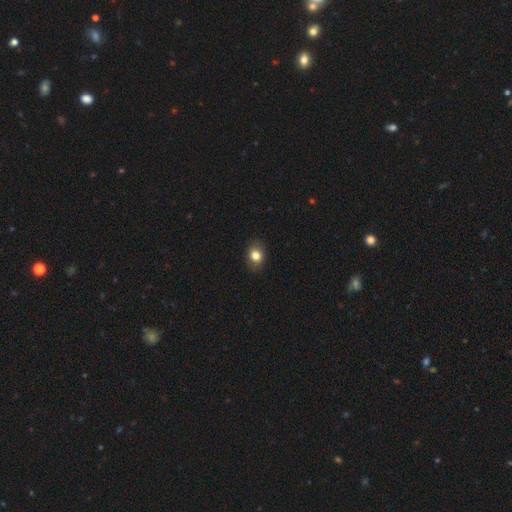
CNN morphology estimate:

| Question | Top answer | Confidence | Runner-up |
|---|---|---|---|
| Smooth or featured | smooth | 81% | star or artifact (10%) |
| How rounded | in between | 55% | round (44%) |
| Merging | none | 85% | minor disturbance (11%) |